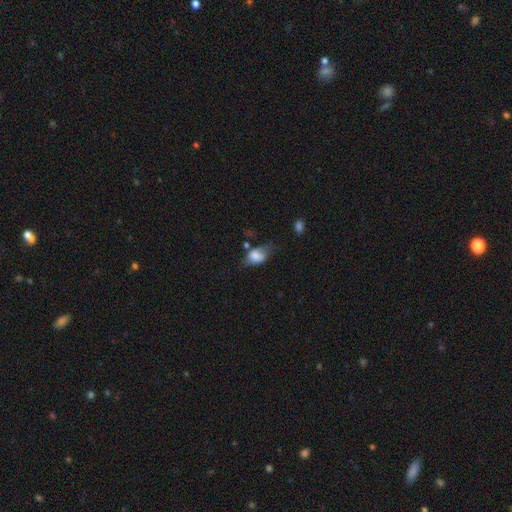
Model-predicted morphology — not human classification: Smooth or featured? Predicted: smooth (p=0.71). How rounded? Predicted: in between (p=0.79). Merging? Predicted: none (p=0.34).